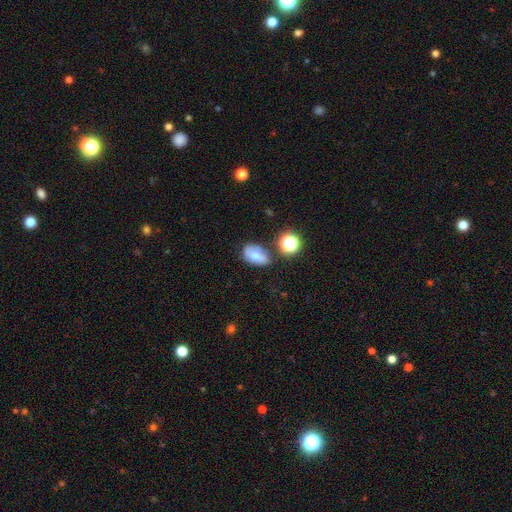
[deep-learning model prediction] This appears to be a smooth galaxy with no disk features (54%) that is in between round and cigar-shaped (81%). Merging: none (57%).